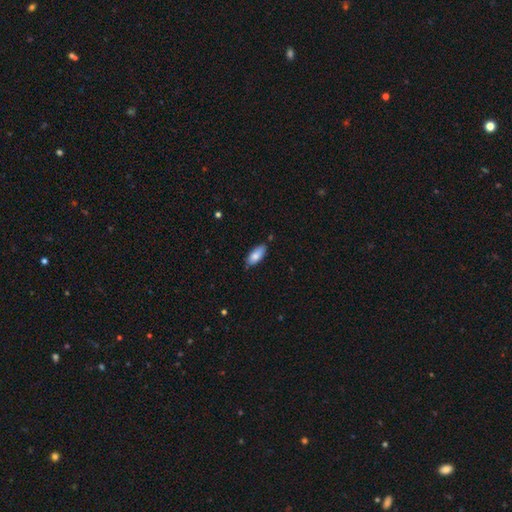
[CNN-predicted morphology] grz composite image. It shows a smooth galaxy with no disk features (83%) that is in between round and cigar-shaped (82%). Merging: none (77%).